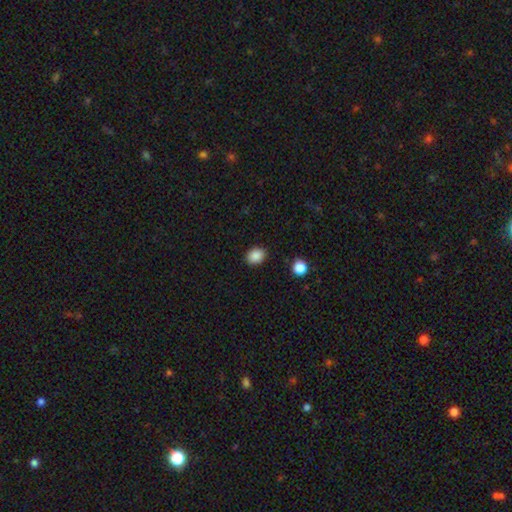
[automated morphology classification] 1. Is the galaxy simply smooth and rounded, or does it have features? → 88% smooth, 10% star or artifact, 3% featured or disk.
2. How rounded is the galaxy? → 51% round, 48% in between, 1% cigar-shaped.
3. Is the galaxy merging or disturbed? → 88% none, 8% minor disturbance, 2% major disturbance, 2% merger.